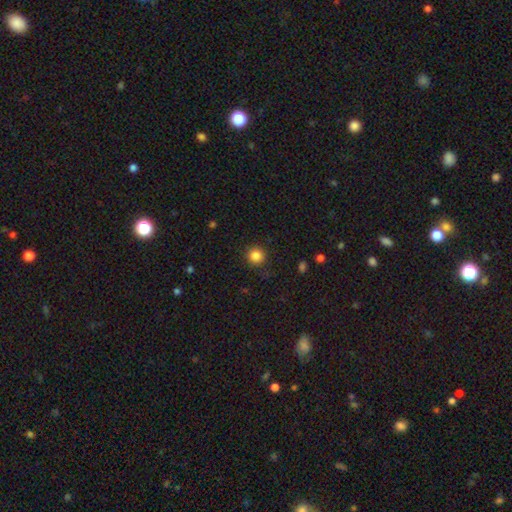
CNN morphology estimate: Smooth or featured? Predicted: smooth (p=0.84). How rounded? Predicted: round (p=0.94). Merging? Predicted: none (p=0.89).